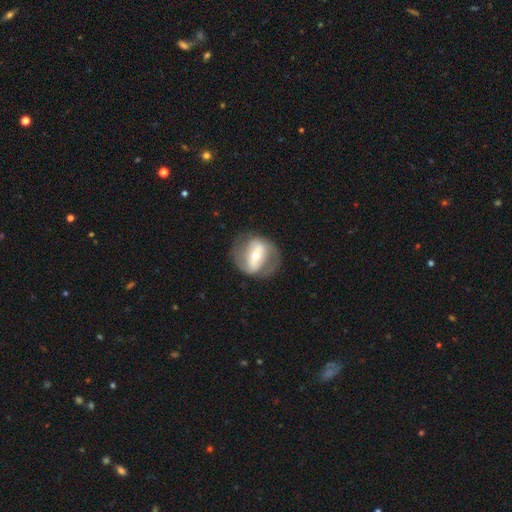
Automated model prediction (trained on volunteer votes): A featured or disk galaxy (71%) with a strong bar (52%), spiral arms (64%) and a moderate central bulge (58%).

Vote fractions:
- Smooth or featured? featured or disk: 71% / smooth: 23% / star or artifact: 6%
- Edge-on disk? no: 94% / yes: 6%
- Bar? strong: 52% / weak: 26% / no: 21%
- Spiral arms? yes: 64% / no: 36%
- Bulge size? moderate: 58% / small: 34% / large: 5% / dominant: 1% / none: 1%
- Merging? none: 71% / minor disturbance: 16% / major disturbance: 12% / merger: 2%